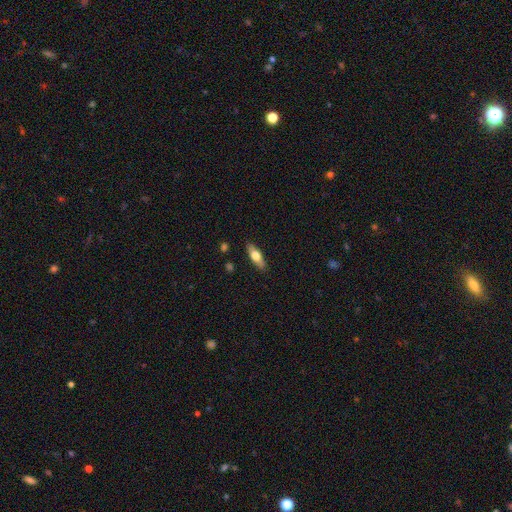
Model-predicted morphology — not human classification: Smooth or featured?
  - smooth: 56% *
  - featured or disk: 38%
  - star or artifact: 6%
How rounded?
  - in between: 54% *
  - cigar-shaped: 43%
  - round: 3%
Merging?
  - none: 88% *
  - minor disturbance: 9%
  - major disturbance: 2%
  - merger: 1%